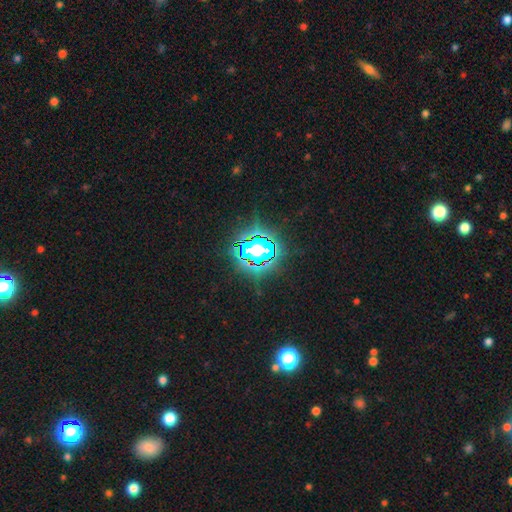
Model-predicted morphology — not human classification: Smooth or featured?
  - star or artifact: 81% *
  - smooth: 12%
  - featured or disk: 7%